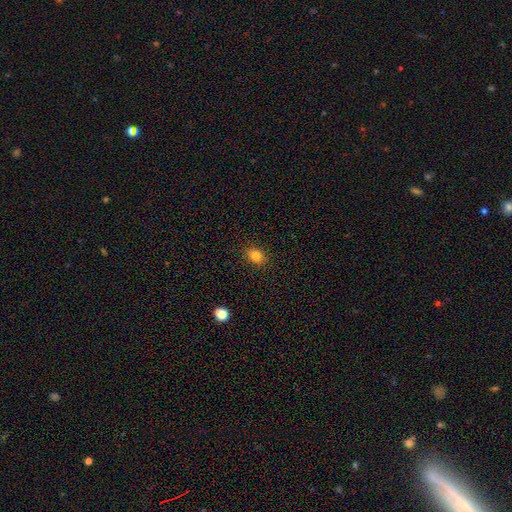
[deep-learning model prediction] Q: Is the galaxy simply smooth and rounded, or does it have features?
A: smooth — 83%.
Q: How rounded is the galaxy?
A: in between — 56%.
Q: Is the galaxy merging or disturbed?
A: none — 88%.